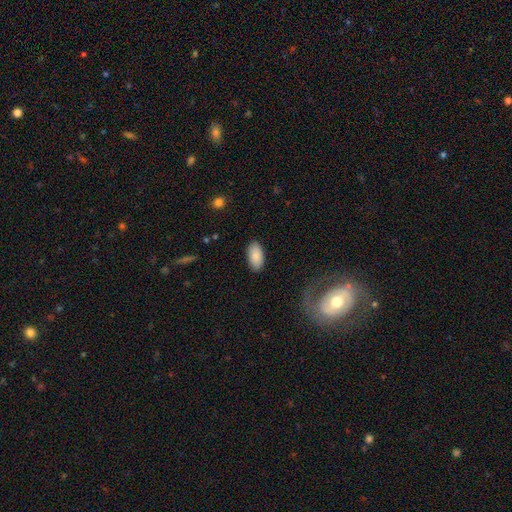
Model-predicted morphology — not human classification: The model was most divided on "merging": none: 87%, minor disturbance: 10%, major disturbance: 2%, merger: 1%. More confident: how rounded — in between (95%); smooth or featured — smooth (88%).